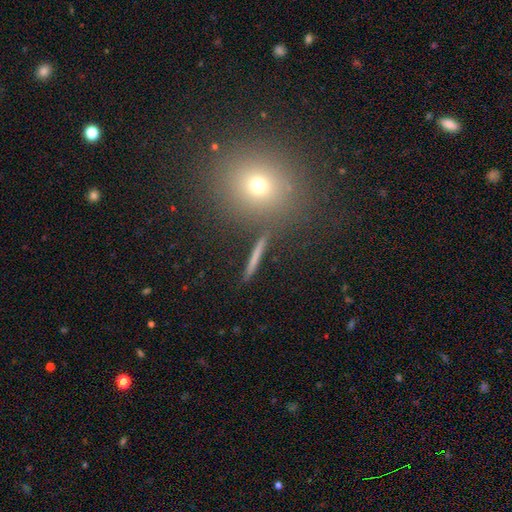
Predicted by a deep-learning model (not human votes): The model was most divided on "smooth or featured": smooth: 52%, featured or disk: 32%, star or artifact: 16%. More confident: merging — none (88%); how rounded — cigar-shaped (74%).